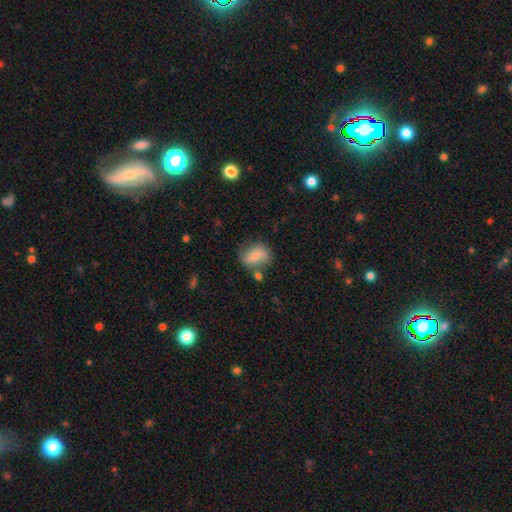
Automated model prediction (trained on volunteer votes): Q: Smooth or featured?
A: smooth (65%); runner-up: featured or disk (27%)
Q: How rounded?
A: in between (62%); runner-up: round (36%)
Q: Merging?
A: none (61%); runner-up: minor disturbance (22%)